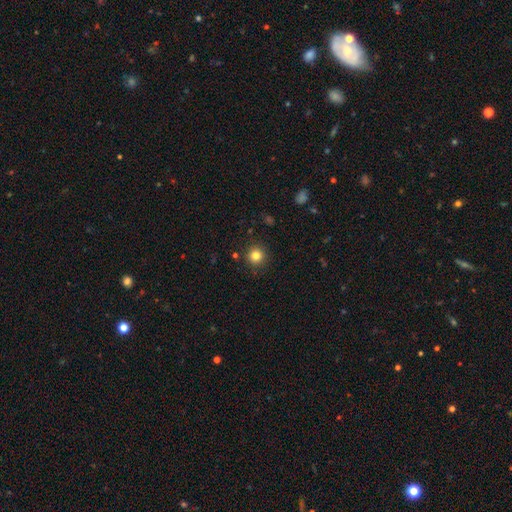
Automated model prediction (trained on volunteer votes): A smooth galaxy with no disk features (81%) that is round (94%).

Vote fractions:
- Smooth or featured? smooth: 81% / star or artifact: 13% / featured or disk: 6%
- How rounded? round: 94% / in between: 5% / cigar-shaped: 1%
- Merging? none: 90% / minor disturbance: 6% / major disturbance: 2% / merger: 2%